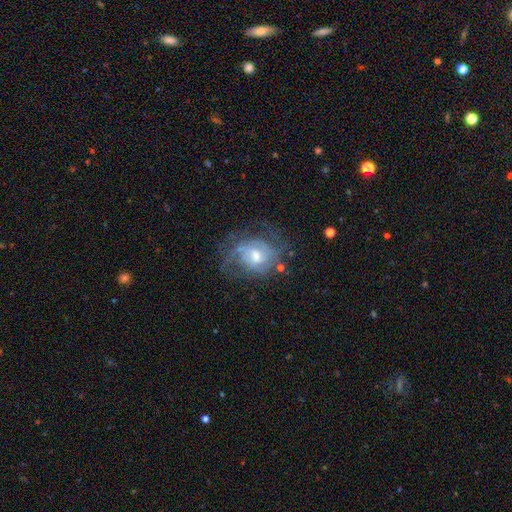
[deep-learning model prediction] Morphology: type=featured or disk (82%); edge-on=no (97%); bar=weak (48%); spiral arms=yes (92%); winding=tight (48%); arm count=2 (36%); bulge=moderate (63%); merging=none (61%).